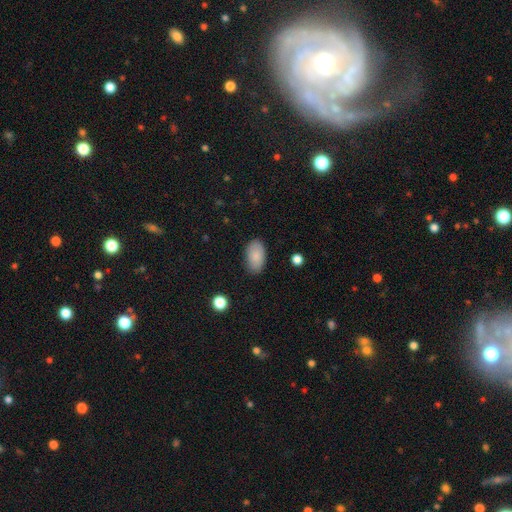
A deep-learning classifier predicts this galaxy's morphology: smooth_or_featured: smooth (p=0.87) [alt: star or artifact p=0.06]
how_rounded: in between (p=0.95) [alt: round p=0.04]
merging: none (p=0.84) [alt: minor disturbance p=0.12]